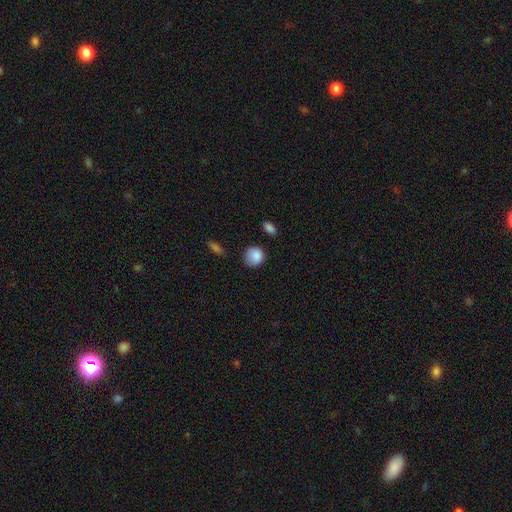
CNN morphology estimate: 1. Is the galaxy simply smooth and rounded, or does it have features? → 87% smooth, 8% star or artifact, 5% featured or disk.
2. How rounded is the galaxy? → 82% round, 16% in between, 1% cigar-shaped.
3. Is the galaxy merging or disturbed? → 70% none, 23% minor disturbance, 5% major disturbance, 3% merger.